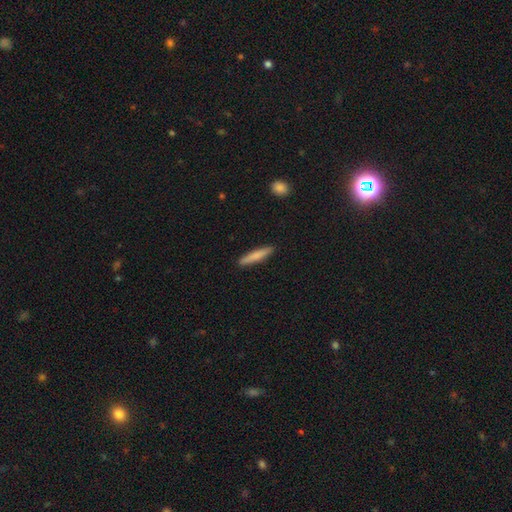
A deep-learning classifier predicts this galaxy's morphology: smooth-or-featured: smooth: 77% | featured or disk: 18% | star or artifact: 6%
  how-rounded: cigar-shaped: 91% | in between: 7% | round: 1%
  merging: none: 91% | minor disturbance: 7% | major disturbance: 1% | merger: 1%